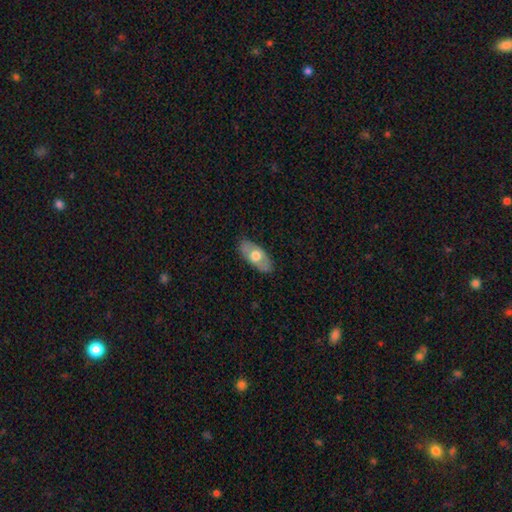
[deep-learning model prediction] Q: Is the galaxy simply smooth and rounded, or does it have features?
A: smooth — 60%.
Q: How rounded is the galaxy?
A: in between — 90%.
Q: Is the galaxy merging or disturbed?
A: none — 84%.